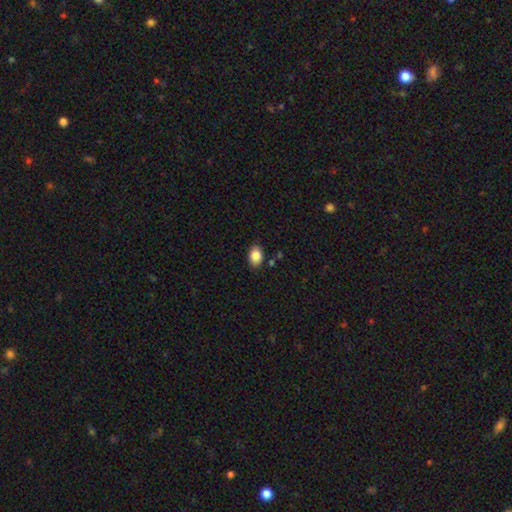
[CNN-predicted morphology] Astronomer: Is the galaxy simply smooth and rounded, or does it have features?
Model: smooth — 87%.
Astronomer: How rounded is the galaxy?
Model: in between — 80%.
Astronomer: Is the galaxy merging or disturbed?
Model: none — 84%.